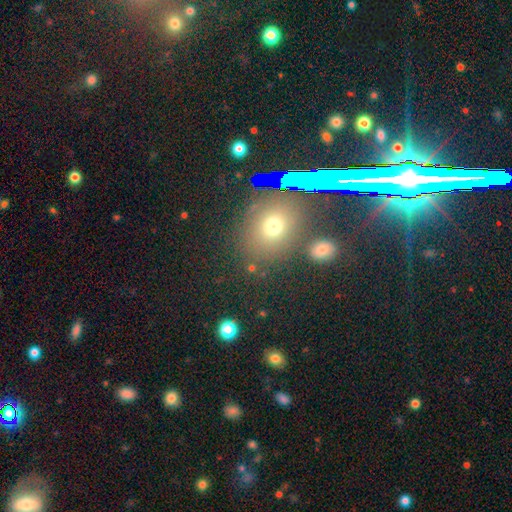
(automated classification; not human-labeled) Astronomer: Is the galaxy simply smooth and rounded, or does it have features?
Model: star or artifact — 49% (runner-up: smooth, 39%).